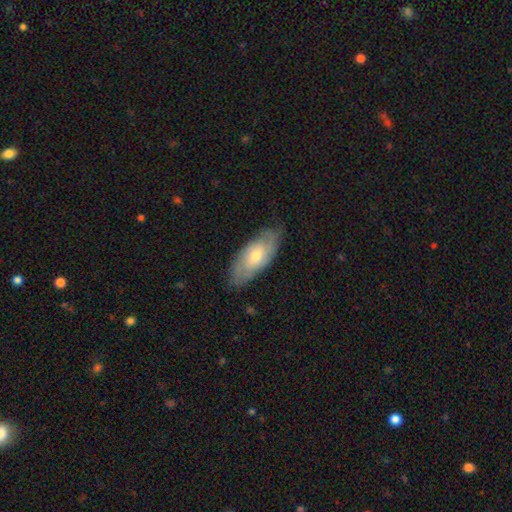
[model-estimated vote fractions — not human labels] This is possibly a featured or disk galaxy (55%). It is clearly not viewed edge-on (86%). Merging: likely none (77%).